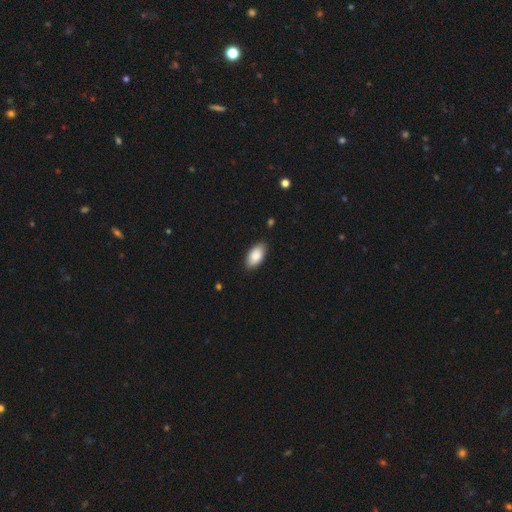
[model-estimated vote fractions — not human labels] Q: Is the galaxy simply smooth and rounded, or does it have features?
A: smooth — 88%.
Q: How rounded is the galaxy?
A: in between — 95%.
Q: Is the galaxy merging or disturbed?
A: none — 84%.